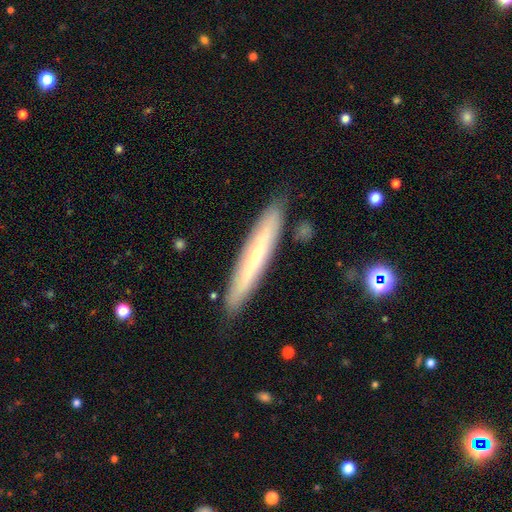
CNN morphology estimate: Smooth or featured? featured or disk (53%)
Edge-on disk? yes (79%)
Merging? none (87%)